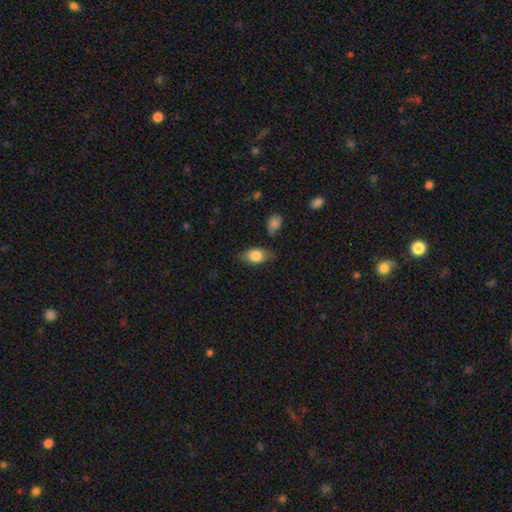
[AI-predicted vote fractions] The model was most divided on "merging": none: 71%, minor disturbance: 21%, major disturbance: 5%, merger: 3%. More confident: how rounded — in between (86%); smooth or featured — smooth (80%).